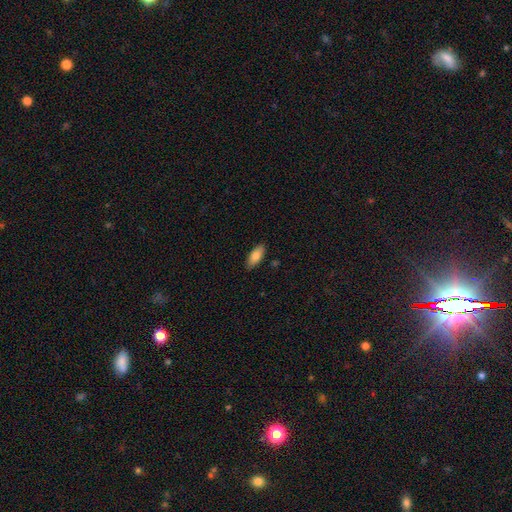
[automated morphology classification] smooth_or_featured: smooth (p=0.79) [alt: featured or disk p=0.14]
how_rounded: in between (p=0.80) [alt: cigar-shaped p=0.18]
merging: none (p=0.87) [alt: minor disturbance p=0.10]